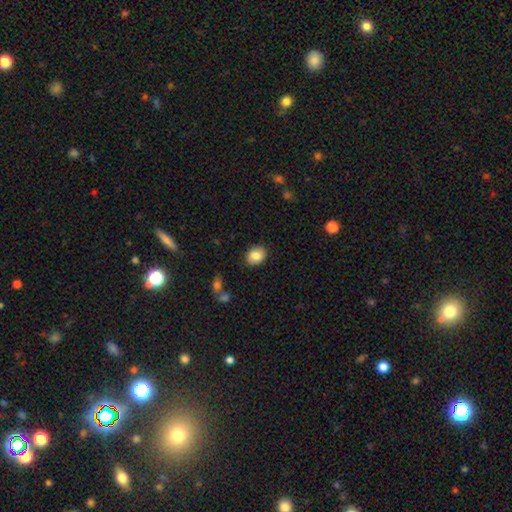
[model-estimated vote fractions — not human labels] Morphology: type=smooth (84%); roundness=in between (62%); merging=none (87%).